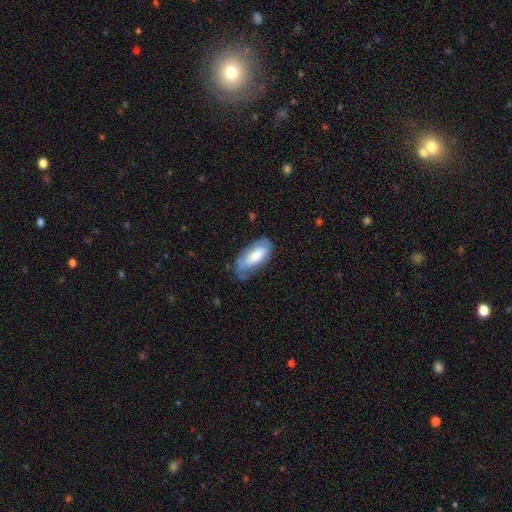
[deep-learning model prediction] A smooth galaxy with no disk features (67%) that is in between round and cigar-shaped (88%). Merging: none (56%).